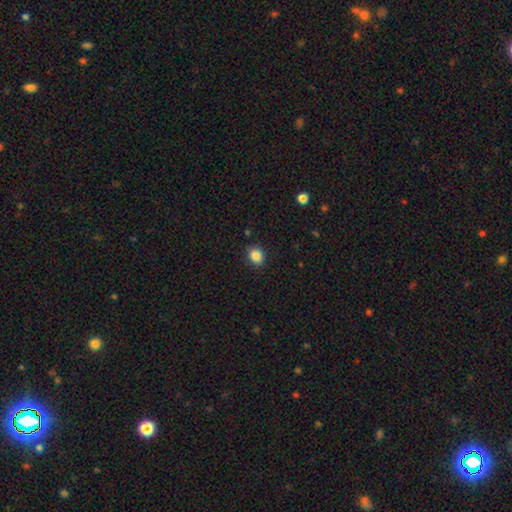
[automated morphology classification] This is clearly a smooth galaxy (86%). How rounded: possibly round (59%). Merging: clearly none (89%).